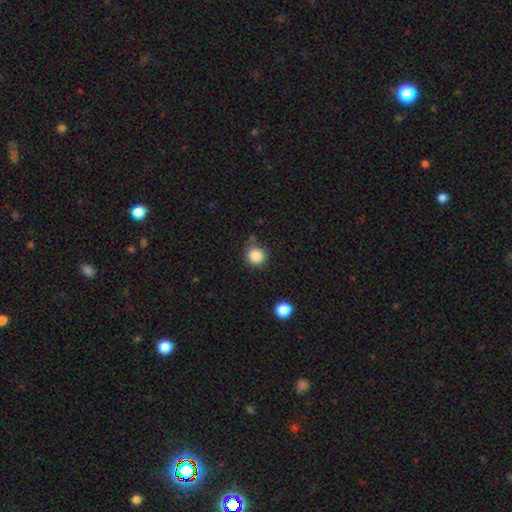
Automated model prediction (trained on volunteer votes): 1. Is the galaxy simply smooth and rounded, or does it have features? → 87% smooth, 10% star or artifact, 3% featured or disk.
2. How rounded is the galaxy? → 90% round, 10% in between, 1% cigar-shaped.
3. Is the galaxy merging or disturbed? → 76% none, 16% minor disturbance, 4% merger, 4% major disturbance.